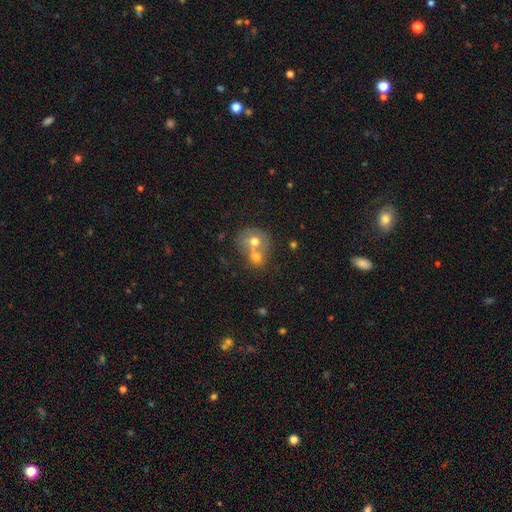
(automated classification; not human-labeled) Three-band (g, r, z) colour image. It shows a smooth galaxy with no disk features (54%) that is round (71%). Merging: merger (61%).